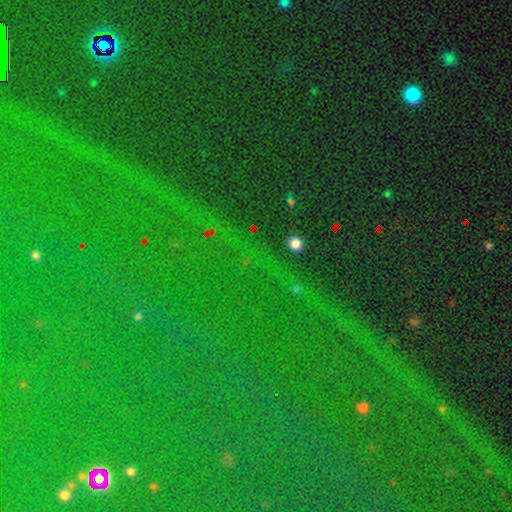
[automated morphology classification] Smooth or featured? star or artifact (88%)